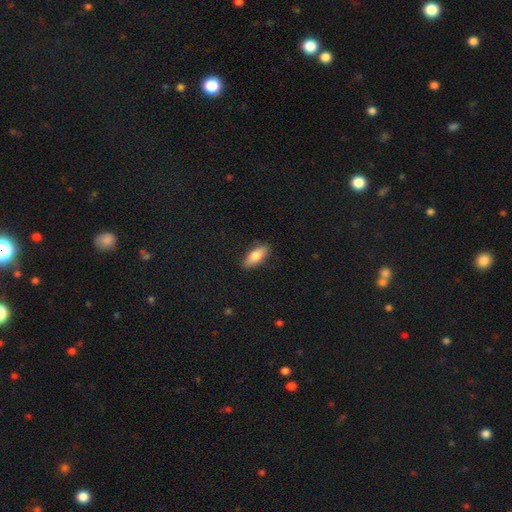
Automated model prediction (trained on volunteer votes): A smooth galaxy with no disk features (77%) that is in between round and cigar-shaped (77%). Merging: none (86%).